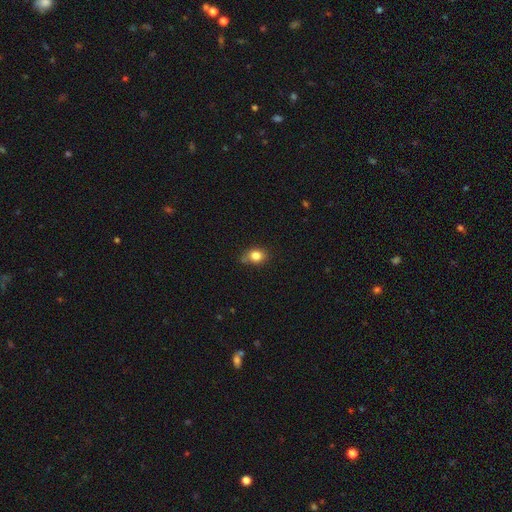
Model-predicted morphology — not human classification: Smooth or featured? Predicted: smooth (p=0.82). How rounded? Predicted: in between (p=0.50). Merging? Predicted: none (p=0.64).